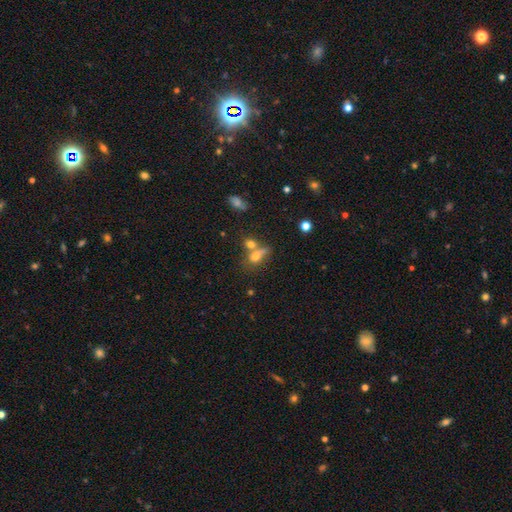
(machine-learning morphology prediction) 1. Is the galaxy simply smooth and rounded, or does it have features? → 69% smooth, 18% featured or disk, 14% star or artifact.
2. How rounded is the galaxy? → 55% in between, 35% round, 10% cigar-shaped.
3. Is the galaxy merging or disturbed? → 48% merger, 32% none, 12% minor disturbance, 9% major disturbance.